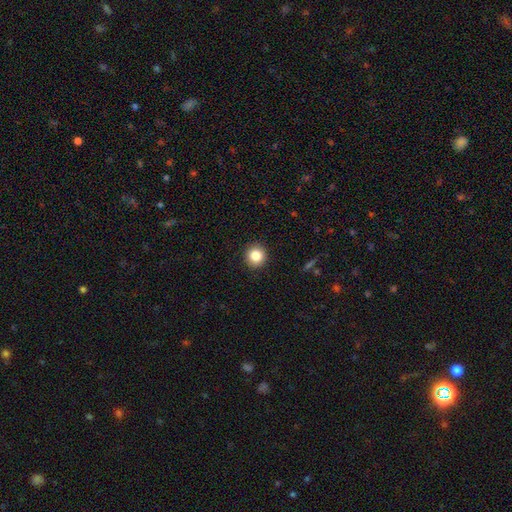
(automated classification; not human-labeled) The model was most divided on "smooth or featured": smooth: 84%, star or artifact: 10%, featured or disk: 6%. More confident: merging — none (92%); how rounded — round (92%).